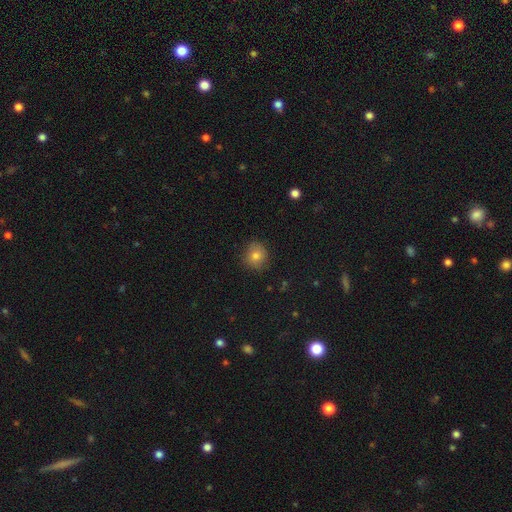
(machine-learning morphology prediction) smooth_or_featured: smooth (p=0.77) [alt: featured or disk p=0.12]
how_rounded: round (p=0.86) [alt: in between p=0.13]
merging: none (p=0.83) [alt: minor disturbance p=0.13]